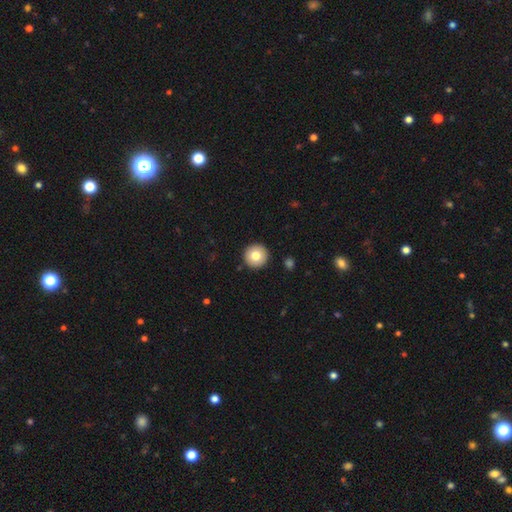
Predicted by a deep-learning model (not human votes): Overall: smooth (79%). How rounded: round (96%). Merging: none (93%).